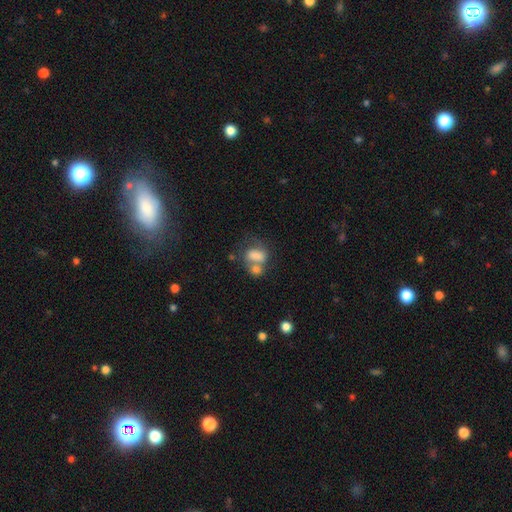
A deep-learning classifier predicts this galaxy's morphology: A smooth galaxy with no disk features (71%) that is in between round and cigar-shaped (78%). Merging: merger (52%).